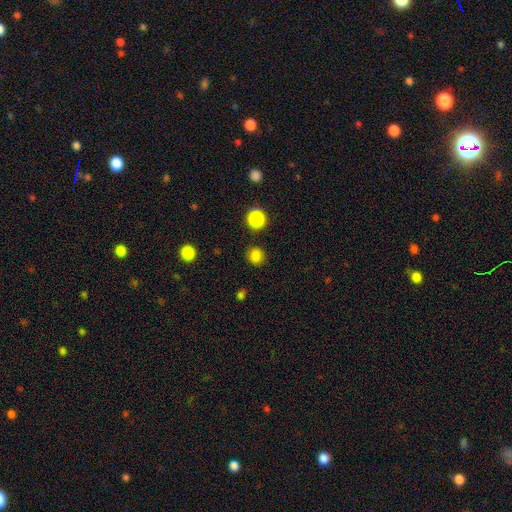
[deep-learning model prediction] Overall: smooth (82%). How rounded: round (88%). Merging: none (87%).